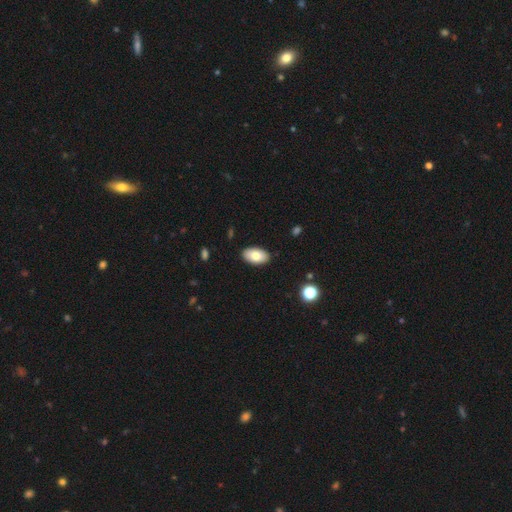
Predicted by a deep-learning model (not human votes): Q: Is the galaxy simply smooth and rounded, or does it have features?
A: smooth — 80%.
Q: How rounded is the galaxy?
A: in between — 95%.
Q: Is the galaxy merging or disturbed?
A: none — 89%.